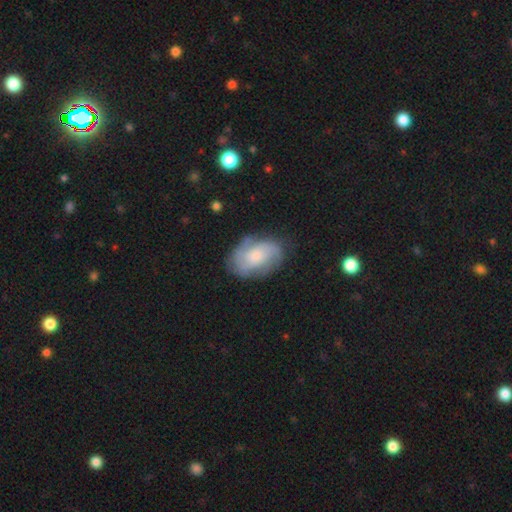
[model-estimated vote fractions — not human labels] Overall: featured or disk (60%; smooth 33%). Edge-on disk: no (97%). Bar: no (68%). Spiral arms: yes (86%). Spiral arm count: 2 (44%; can't tell 28%). Spiral winding: medium (43%; tight 35%). Bulge size: moderate (37%, tied with small). Merging: none (67%).